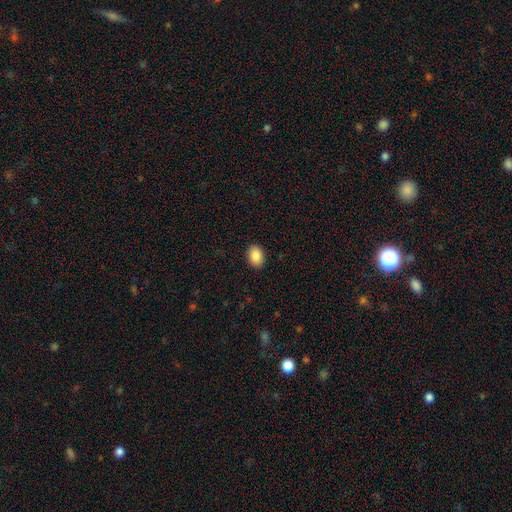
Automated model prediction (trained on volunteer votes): Overall: smooth (89%). How rounded: in between (78%). Merging: none (90%).